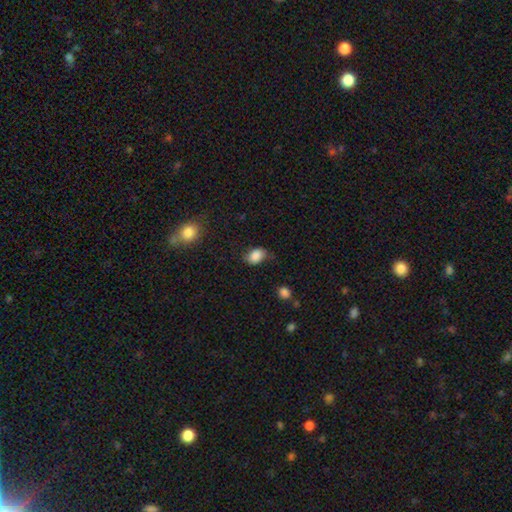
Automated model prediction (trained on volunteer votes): Smooth or featured?
  - smooth: 87% *
  - star or artifact: 8%
  - featured or disk: 5%
How rounded?
  - in between: 77% *
  - round: 22%
  - cigar-shaped: 1%
Merging?
  - none: 68% *
  - minor disturbance: 24%
  - major disturbance: 6%
  - merger: 2%